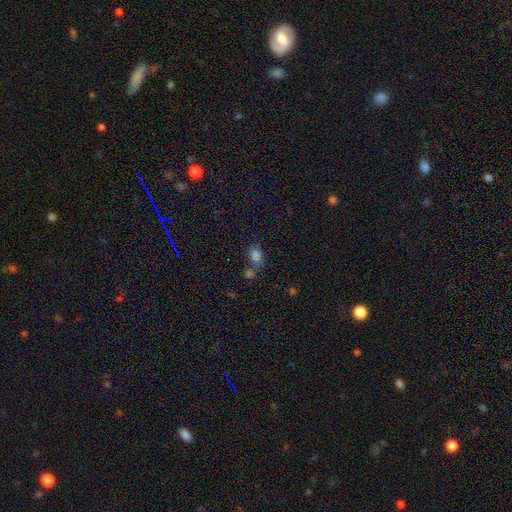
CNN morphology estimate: Smooth or featured? Predicted: smooth (p=0.69). How rounded? Predicted: in between (p=0.61). Merging? Predicted: none (p=0.48).